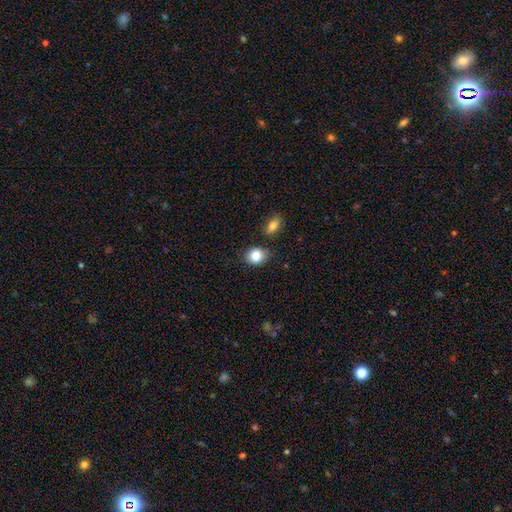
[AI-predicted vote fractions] smooth_or_featured: smooth (p=0.83) [alt: star or artifact p=0.09]
how_rounded: round (p=0.59) [alt: in between p=0.40]
merging: none (p=0.74) [alt: minor disturbance p=0.16]